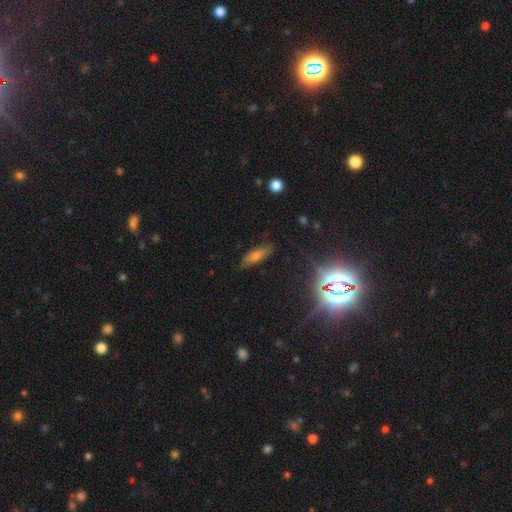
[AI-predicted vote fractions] This is possibly a smooth galaxy (47%). Merging: clearly none (83%).